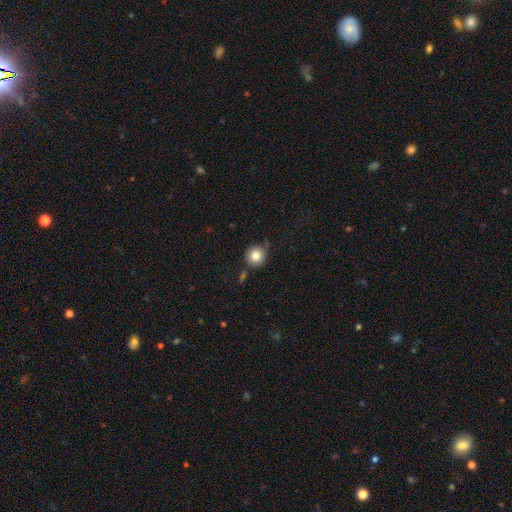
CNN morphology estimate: type=smooth (82%); roundness=round (93%); merging=none (76%).